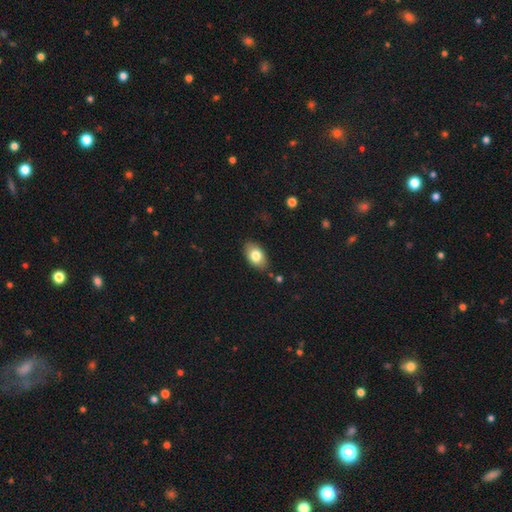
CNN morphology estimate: A smooth galaxy with no disk features (79%) that is in between round and cigar-shaped (91%).

Vote fractions:
- Smooth or featured? smooth: 79% / featured or disk: 14% / star or artifact: 7%
- How rounded? in between: 91% / round: 8% / cigar-shaped: 2%
- Merging? none: 83% / minor disturbance: 12% / major disturbance: 2% / merger: 2%